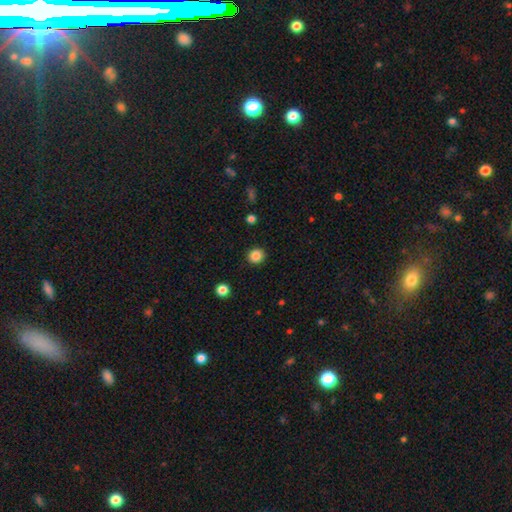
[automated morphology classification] Smooth or featured? smooth (86%)
How rounded? round (89%)
Merging? none (92%)